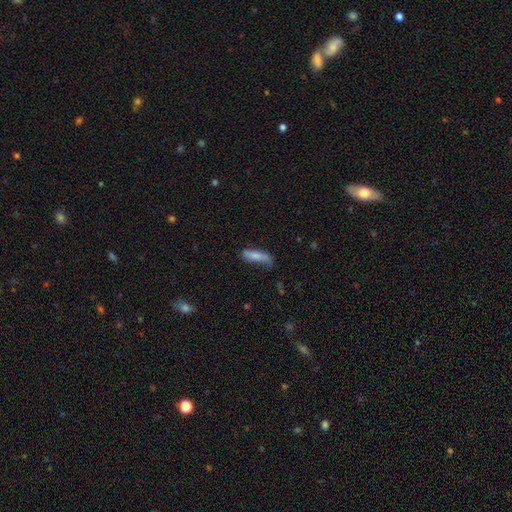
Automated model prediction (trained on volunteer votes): Q: Smooth or featured?
A: smooth (72%); runner-up: featured or disk (21%)
Q: How rounded?
A: cigar-shaped (54%); runner-up: in between (44%)
Q: Merging?
A: none (50%); runner-up: minor disturbance (34%)